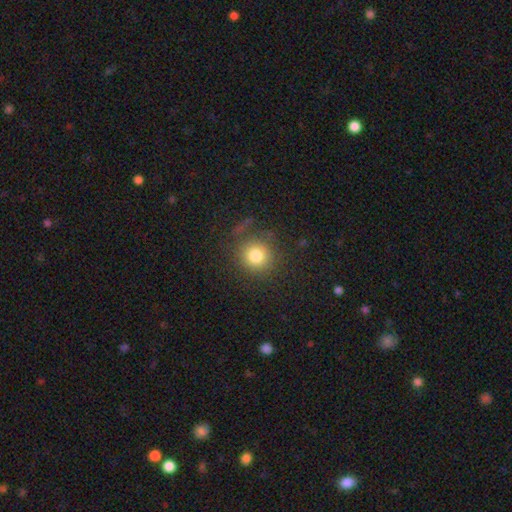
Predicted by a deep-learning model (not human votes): smooth_or_featured: smooth (p=0.79) [alt: star or artifact p=0.13]
how_rounded: round (p=0.92) [alt: in between p=0.07]
merging: none (p=0.80) [alt: minor disturbance p=0.11]